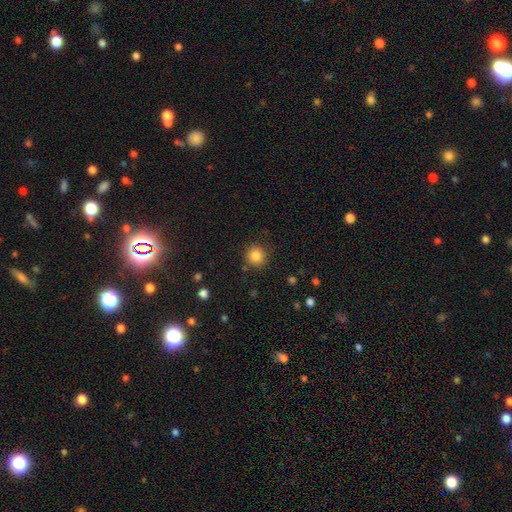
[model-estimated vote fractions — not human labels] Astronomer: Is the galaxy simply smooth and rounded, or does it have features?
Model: smooth — 85%.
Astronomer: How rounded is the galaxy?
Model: round — 92%.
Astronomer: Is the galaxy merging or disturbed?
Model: none — 86%.